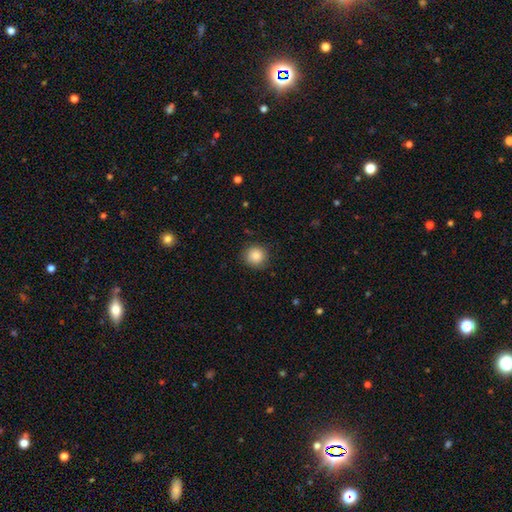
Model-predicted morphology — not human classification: The model was most divided on "merging": none: 86%, minor disturbance: 10%, major disturbance: 3%, merger: 1%. More confident: how rounded — round (93%); smooth or featured — smooth (85%).